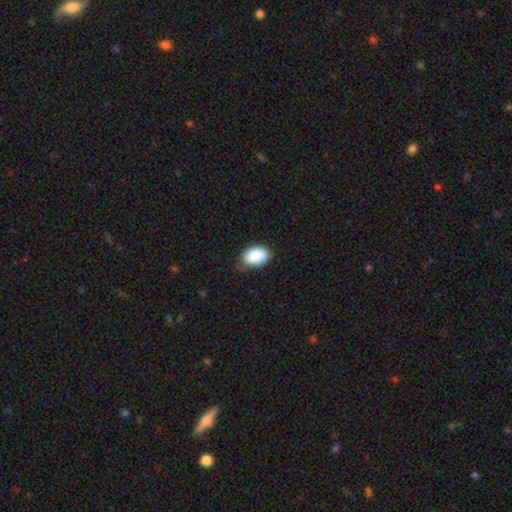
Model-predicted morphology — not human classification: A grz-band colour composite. It shows a smooth galaxy with no disk features (90%) that is in between round and cigar-shaped (91%). Merging: none (75%).